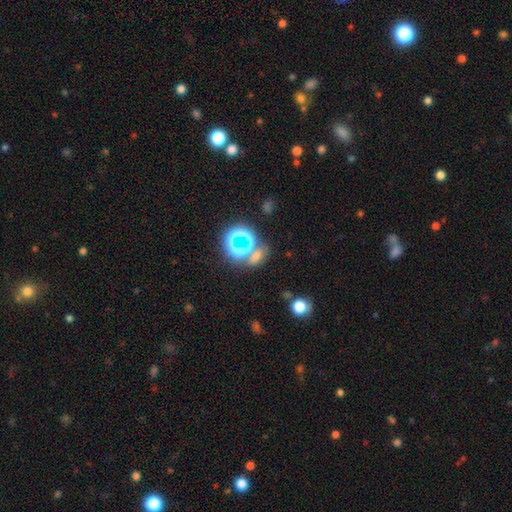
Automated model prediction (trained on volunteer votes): The model was most divided on "smooth or featured": star or artifact: 45%, smooth: 44%, featured or disk: 11%.